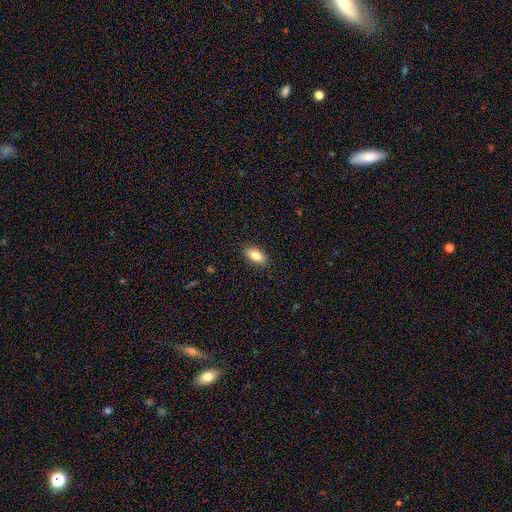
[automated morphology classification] Smooth or featured: smooth — 83% (featured or disk — 10%)
How rounded: in between — 91% (round — 5%)
Merging: none — 88% (minor disturbance — 9%)